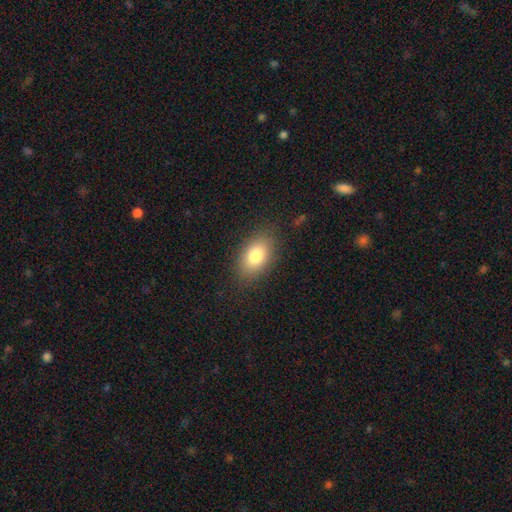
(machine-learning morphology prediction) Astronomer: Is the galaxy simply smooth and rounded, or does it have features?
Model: smooth — 80%.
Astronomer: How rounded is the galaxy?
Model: in between — 88%.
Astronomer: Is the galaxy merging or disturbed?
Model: none — 84%.